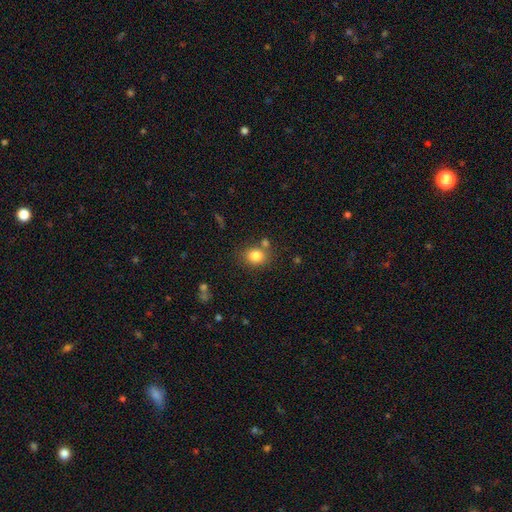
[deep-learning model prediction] smooth-or-featured: smooth: 81% | star or artifact: 11% | featured or disk: 8%
  how-rounded: round: 63% | in between: 36% | cigar-shaped: 1%
  merging: none: 72% | minor disturbance: 12% | merger: 12% | major disturbance: 4%